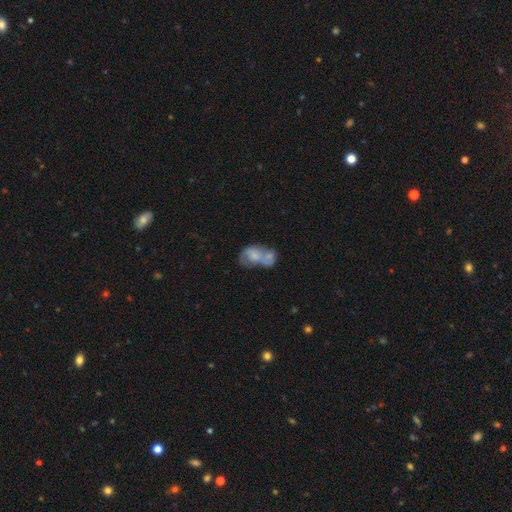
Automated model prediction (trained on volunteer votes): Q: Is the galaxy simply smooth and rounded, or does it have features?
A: featured or disk — 46%.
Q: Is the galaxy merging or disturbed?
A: merger — 57%.